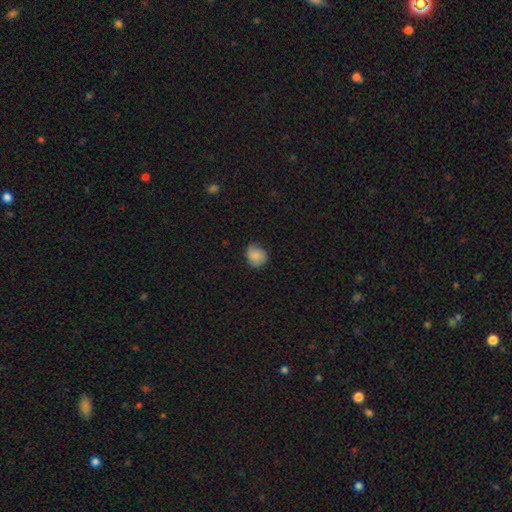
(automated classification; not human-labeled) A smooth galaxy with no disk features (76%) that is round (74%).

Vote fractions:
- Smooth or featured? smooth: 76% / featured or disk: 16% / star or artifact: 8%
- How rounded? round: 74% / in between: 25% / cigar-shaped: 1%
- Merging? none: 73% / minor disturbance: 22% / major disturbance: 5% / merger: 1%